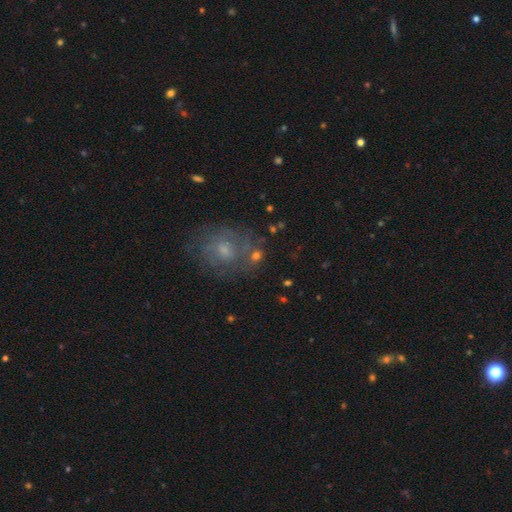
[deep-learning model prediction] Overall: featured or disk (45%; smooth 40%). Merging: none (63%).